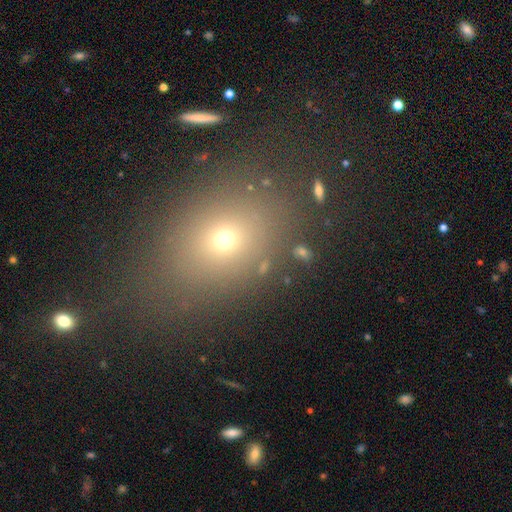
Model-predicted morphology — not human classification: Smooth or featured?
  - smooth: 62% *
  - star or artifact: 25%
  - featured or disk: 13%
How rounded?
  - in between: 55% *
  - round: 43%
  - cigar-shaped: 2%
Merging?
  - none: 76% *
  - minor disturbance: 12%
  - major disturbance: 7%
  - merger: 5%